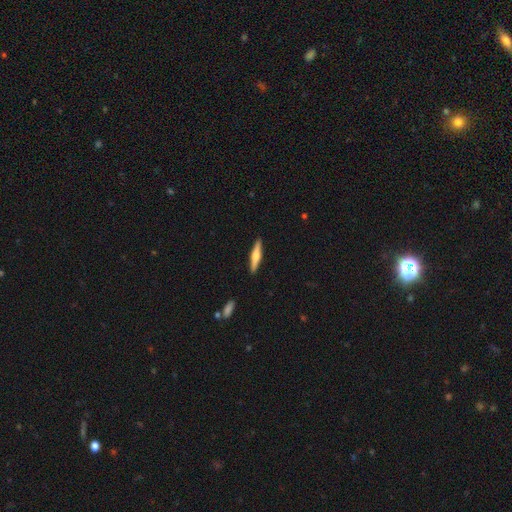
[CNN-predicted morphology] Smooth or featured? featured or disk (52%)
Edge-on disk? yes (96%)
Edge-on bulge? rounded (85%)
Merging? none (91%)